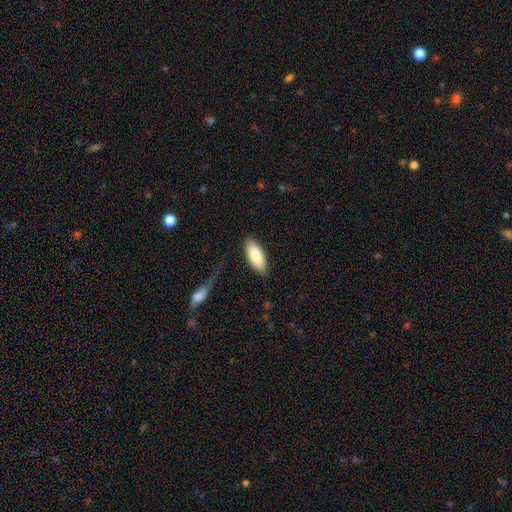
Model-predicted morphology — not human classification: smooth_or_featured: smooth (p=0.85) [alt: featured or disk p=0.10]
how_rounded: in between (p=0.79) [alt: cigar-shaped p=0.19]
merging: none (p=0.79) [alt: minor disturbance p=0.13]